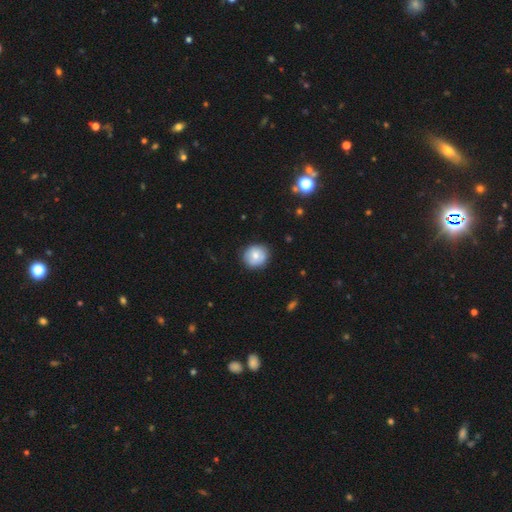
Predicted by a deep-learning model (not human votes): A smooth galaxy with no disk features (70%) that is round (88%). Merging: none (84%).